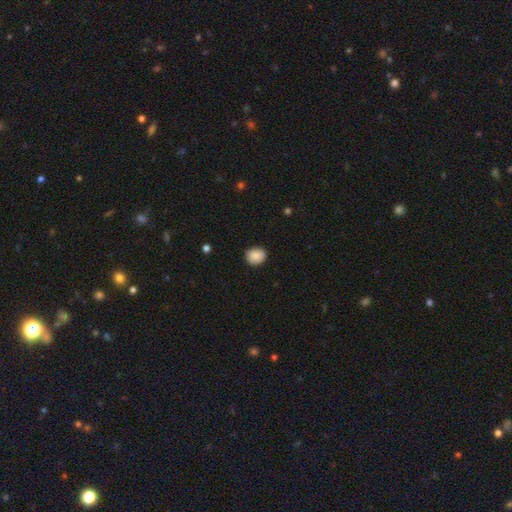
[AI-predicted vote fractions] This appears to be a smooth galaxy with no disk features (88%) that is round (63%). Merging: none (87%).